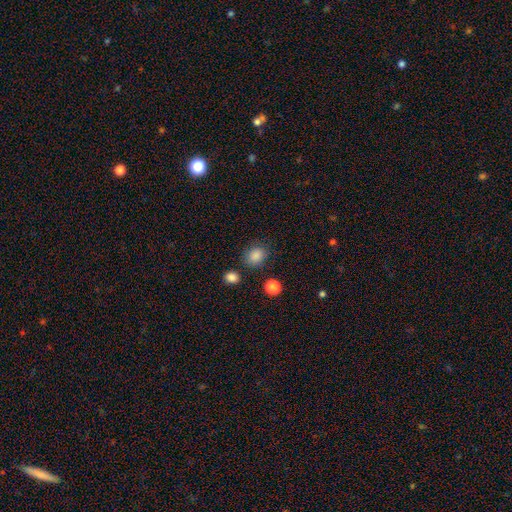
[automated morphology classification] smooth-or-featured: smooth: 85% | star or artifact: 11% | featured or disk: 4%
  how-rounded: round: 57% | in between: 42% | cigar-shaped: 1%
  merging: none: 78% | minor disturbance: 14% | major disturbance: 4% | merger: 4%